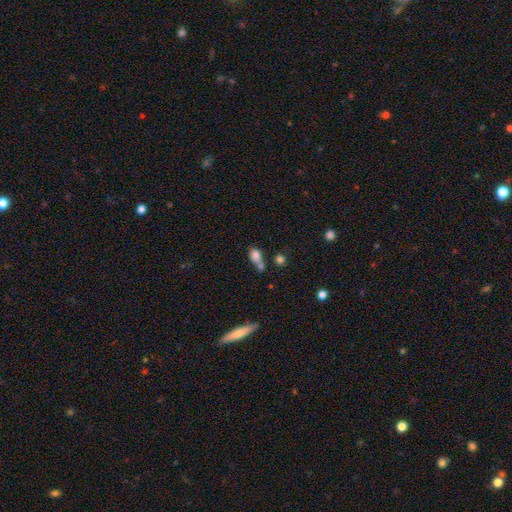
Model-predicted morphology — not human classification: This is likely a smooth galaxy (77%). How rounded: likely in between (65%). Merging: possibly merger (46%).